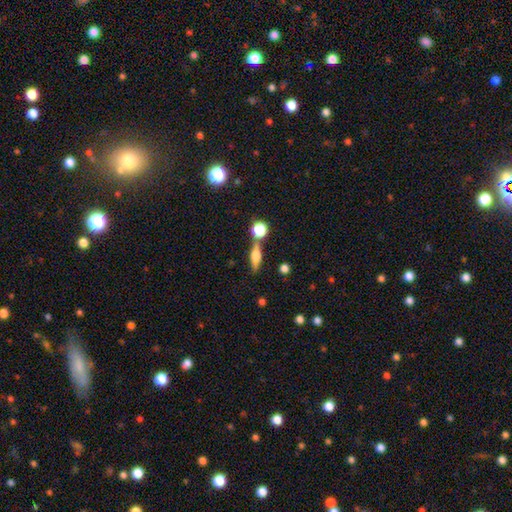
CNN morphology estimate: The model was most divided on "smooth or featured": smooth: 48%, featured or disk: 42%, star or artifact: 10%. More confident: merging — none (69%).